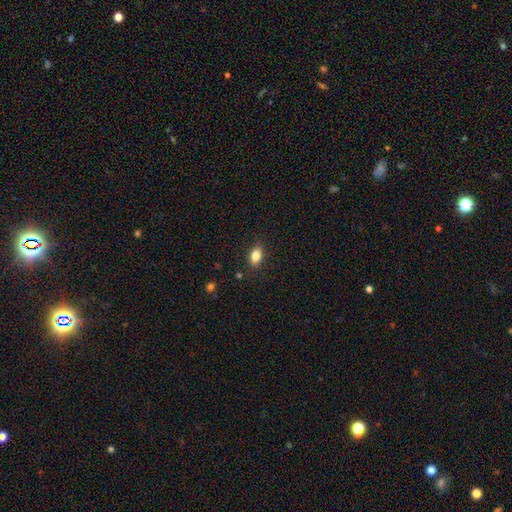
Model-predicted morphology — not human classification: Smooth or featured: smooth — 84% (star or artifact — 9%)
How rounded: in between — 86% (round — 11%)
Merging: none — 87% (minor disturbance — 10%)